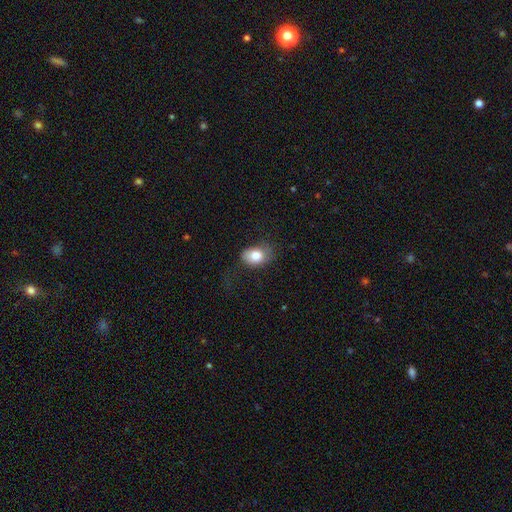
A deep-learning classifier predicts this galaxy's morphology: Overall: smooth (80%). How rounded: in between (75%). Merging: none (57%; minor disturbance 27%).